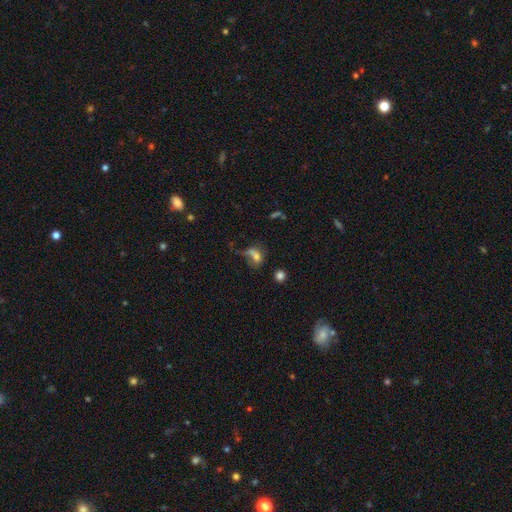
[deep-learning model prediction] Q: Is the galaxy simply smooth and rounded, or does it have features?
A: smooth — 60%.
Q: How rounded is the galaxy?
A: in between — 65%.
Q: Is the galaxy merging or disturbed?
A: major disturbance — 33%.